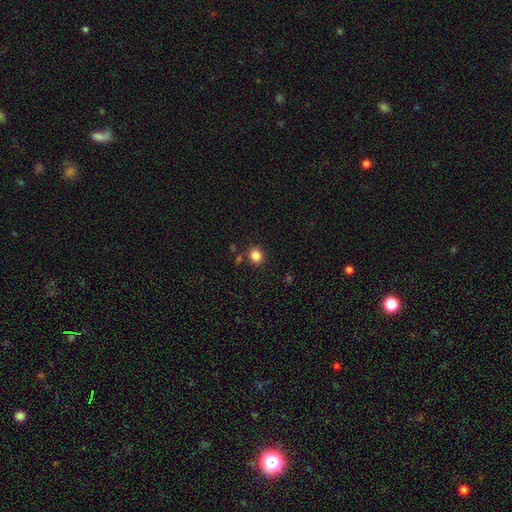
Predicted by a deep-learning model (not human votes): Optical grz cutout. It shows a smooth galaxy with no disk features (84%) that is round (77%). Merging: none (84%).